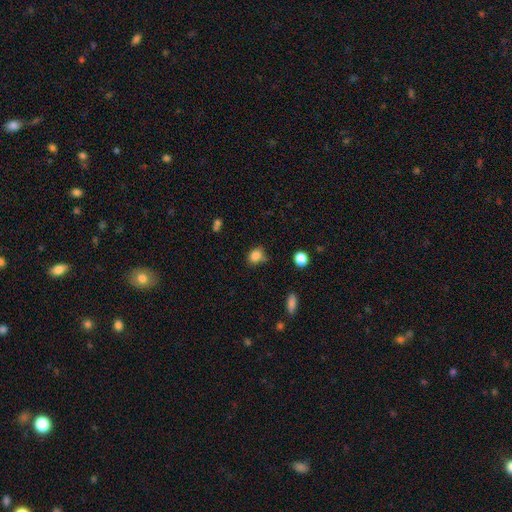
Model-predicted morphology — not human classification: The model was most divided on "how rounded": round: 51%, in between: 48%, cigar-shaped: 1%. More confident: smooth or featured — smooth (84%); merging — none (64%).